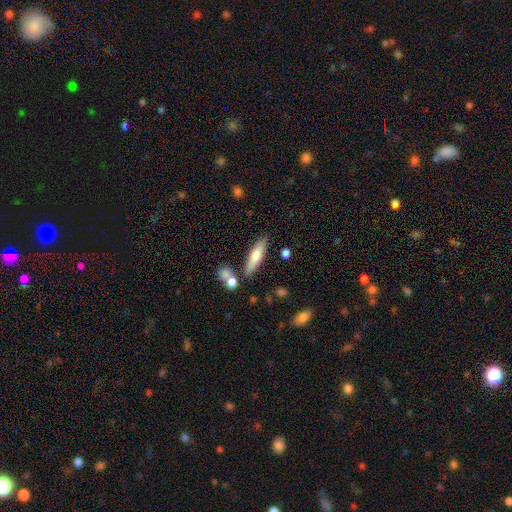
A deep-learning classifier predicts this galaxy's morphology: smooth 63%, featured or disk 30%, star or artifact 6%. Down the decision tree: how rounded — cigar-shaped (69%); merging — none (78%).